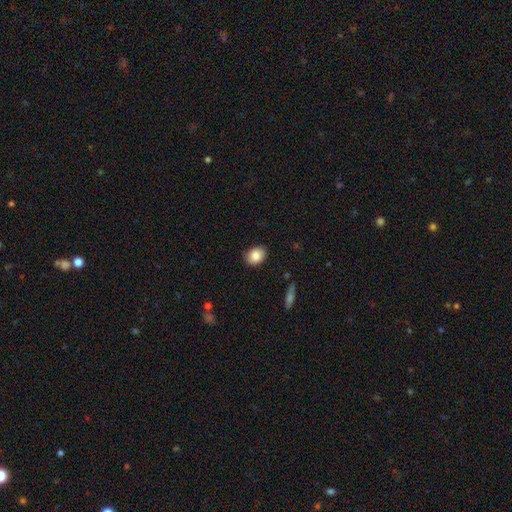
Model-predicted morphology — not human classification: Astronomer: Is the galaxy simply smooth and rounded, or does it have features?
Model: smooth — 86%.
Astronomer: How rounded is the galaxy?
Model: in between — 62% (runner-up: round, 37%).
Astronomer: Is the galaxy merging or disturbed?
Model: none — 85%.